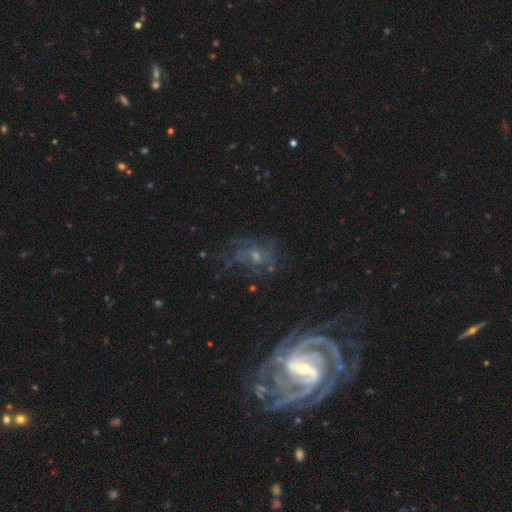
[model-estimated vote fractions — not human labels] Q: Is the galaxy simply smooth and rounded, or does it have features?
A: featured or disk — 69%.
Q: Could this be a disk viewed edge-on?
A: no — 96%.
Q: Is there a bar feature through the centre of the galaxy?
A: no — 65%.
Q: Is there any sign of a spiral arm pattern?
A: yes — 81%.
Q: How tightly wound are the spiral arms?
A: medium — 42%.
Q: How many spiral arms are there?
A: can't tell — 40%.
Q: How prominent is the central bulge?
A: small — 48%.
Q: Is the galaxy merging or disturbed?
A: none — 53%.